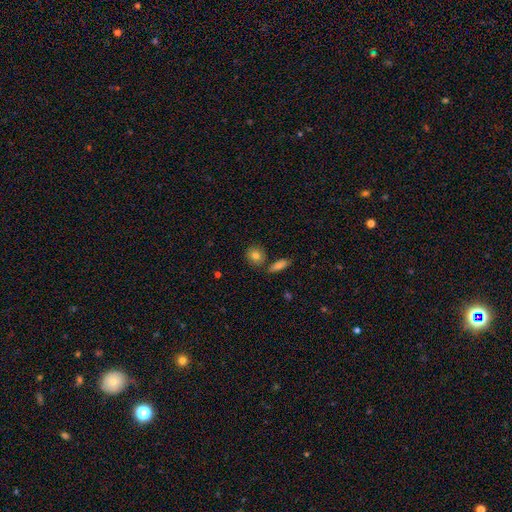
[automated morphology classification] The model was most divided on "how rounded": round: 65%, in between: 32%, cigar-shaped: 2%. More confident: smooth or featured — smooth (81%); merging — none (75%).